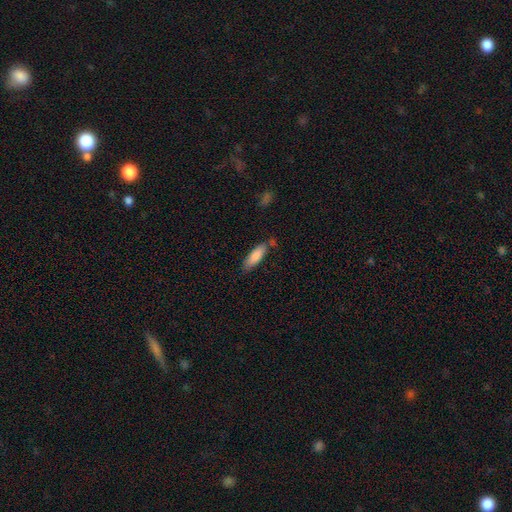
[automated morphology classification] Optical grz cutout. It shows a smooth galaxy with no disk features (83%) that is in between round and cigar-shaped (53%). Merging: none (72%).